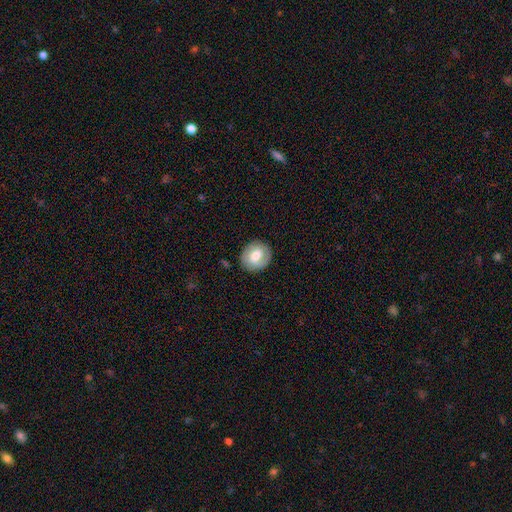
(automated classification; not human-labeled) Smooth or featured? Predicted: smooth (p=0.54). How rounded? Predicted: round (p=0.70). Merging? Predicted: none (p=0.85).